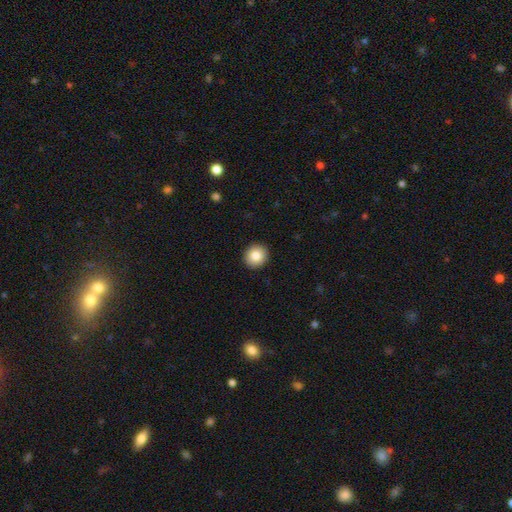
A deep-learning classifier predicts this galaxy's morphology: Smooth or featured?
  - smooth: 85% *
  - star or artifact: 9%
  - featured or disk: 7%
How rounded?
  - round: 90% *
  - in between: 9%
  - cigar-shaped: 1%
Merging?
  - none: 93% *
  - minor disturbance: 5%
  - major disturbance: 2%
  - merger: 1%